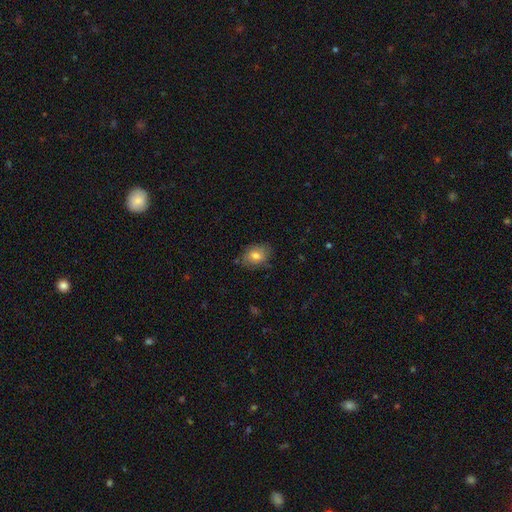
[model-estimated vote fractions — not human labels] smooth 74%, featured or disk 18%, star or artifact 9%. Down the decision tree: how rounded — in between (74%); merging — none (76%).